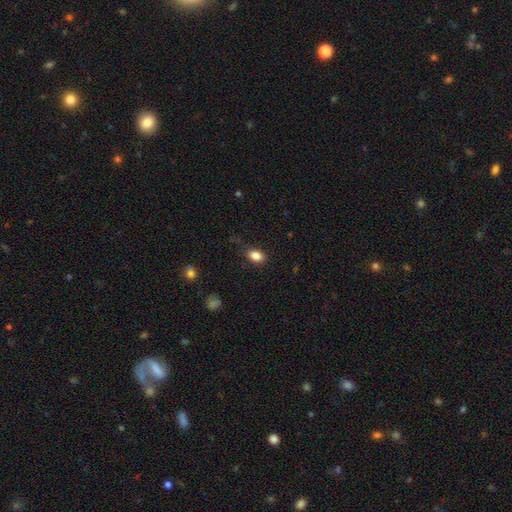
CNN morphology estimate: smooth_or_featured: smooth (p=0.85) [alt: star or artifact p=0.09]
how_rounded: in between (p=0.82) [alt: round p=0.16]
merging: none (p=0.81) [alt: minor disturbance p=0.14]